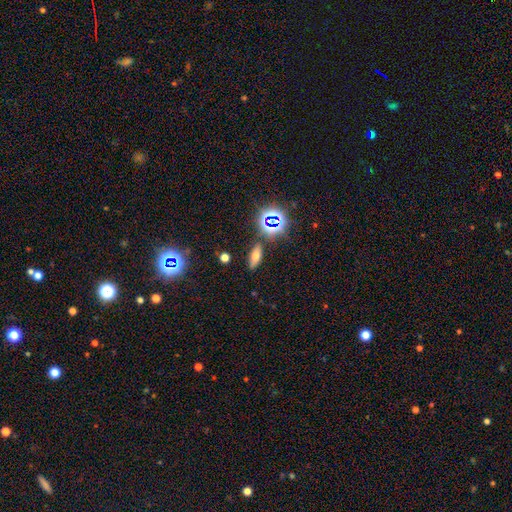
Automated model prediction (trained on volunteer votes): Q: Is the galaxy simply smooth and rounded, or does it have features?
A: smooth — 57%.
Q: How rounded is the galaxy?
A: in between — 66%.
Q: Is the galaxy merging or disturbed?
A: none — 83%.